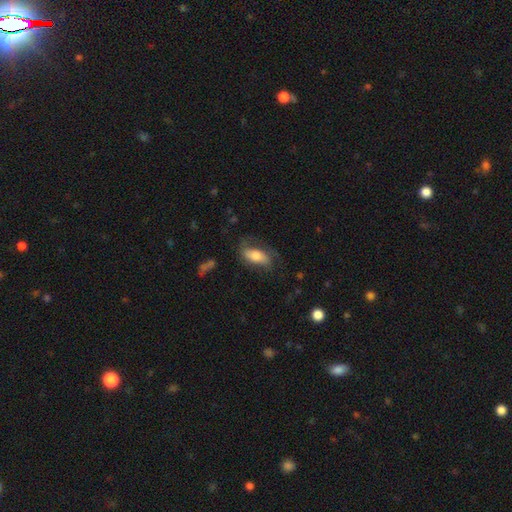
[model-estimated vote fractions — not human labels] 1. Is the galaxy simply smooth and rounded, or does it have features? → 54% smooth, 39% featured or disk, 7% star or artifact.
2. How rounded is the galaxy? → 80% in between, 16% cigar-shaped, 4% round.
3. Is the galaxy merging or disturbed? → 54% none, 24% minor disturbance, 19% major disturbance, 2% merger.